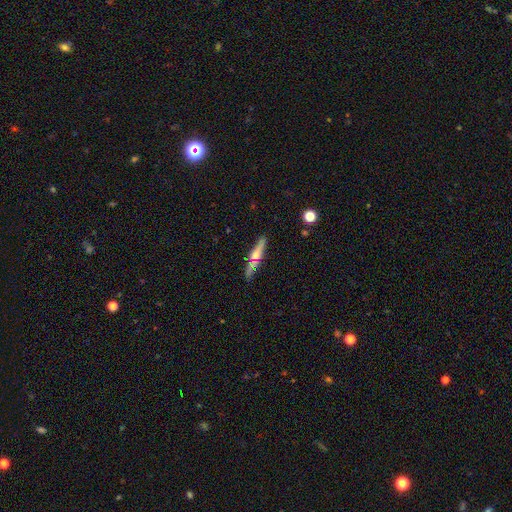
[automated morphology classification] A featured or disk galaxy (58%) viewed edge-on (93%) with a rounded central bulge (85%).

Vote fractions:
- Smooth or featured? featured or disk: 58% / smooth: 34% / star or artifact: 8%
- Edge-on disk? yes: 93% / no: 7%
- Edge-on bulge? rounded: 85% / none: 9% / boxy: 6%
- Merging? none: 79% / minor disturbance: 13% / merger: 5% / major disturbance: 3%